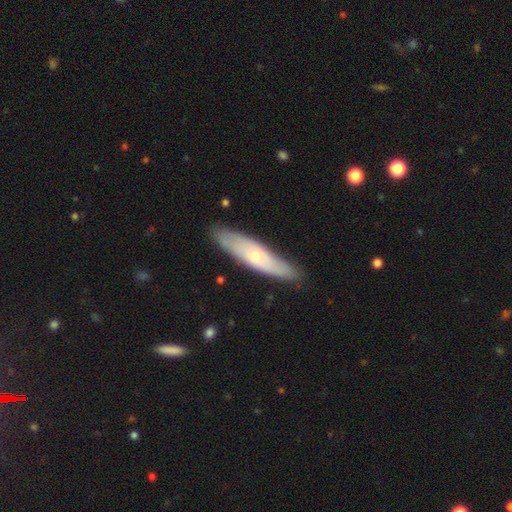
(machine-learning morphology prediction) smooth_or_featured: featured or disk (p=0.53) [alt: smooth p=0.41]
disk_edge_on: no (p=0.50) [tied with: yes p=0.50]
merging: none (p=0.84) [alt: minor disturbance p=0.12]